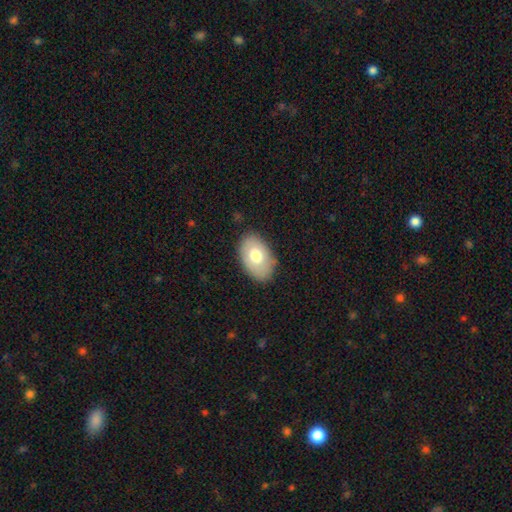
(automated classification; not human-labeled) The model was most divided on "smooth or featured": smooth: 72%, featured or disk: 21%, star or artifact: 7%. More confident: how rounded — in between (90%); merging — none (83%).